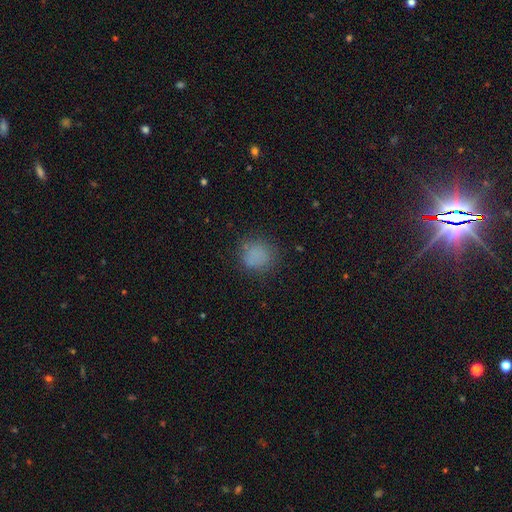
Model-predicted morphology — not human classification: Smooth or featured? smooth (78%)
How rounded? round (82%)
Merging? none (76%)